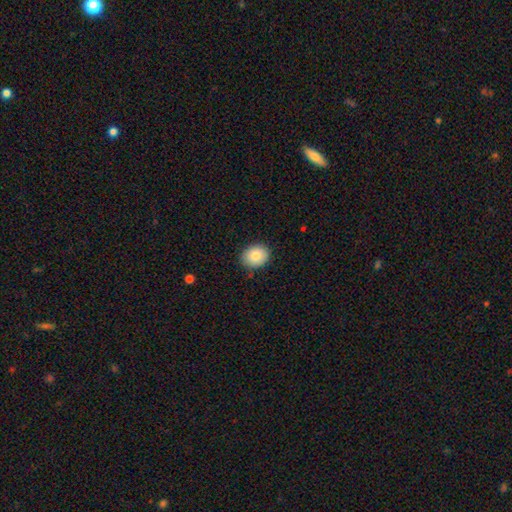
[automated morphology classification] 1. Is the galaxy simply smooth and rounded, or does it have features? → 85% smooth, 8% star or artifact, 7% featured or disk.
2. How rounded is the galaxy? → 51% round, 48% in between, 1% cigar-shaped.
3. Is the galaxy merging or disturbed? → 86% none, 10% minor disturbance, 2% major disturbance, 1% merger.